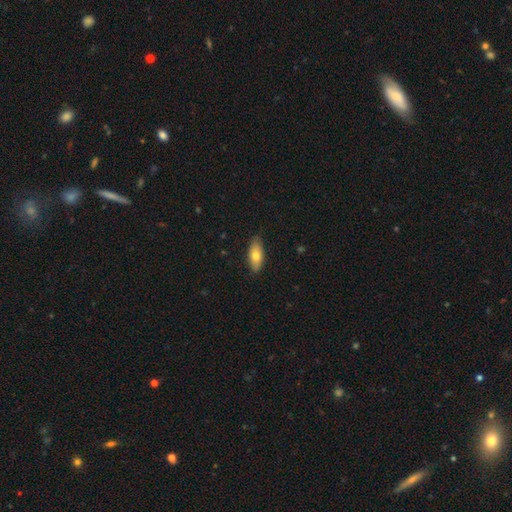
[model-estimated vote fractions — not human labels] A smooth galaxy with no disk features (72%) that is in between round and cigar-shaped (85%).

Vote fractions:
- Smooth or featured? smooth: 72% / featured or disk: 21% / star or artifact: 6%
- How rounded? in between: 85% / cigar-shaped: 12% / round: 3%
- Merging? none: 83% / minor disturbance: 14% / major disturbance: 2% / merger: 1%